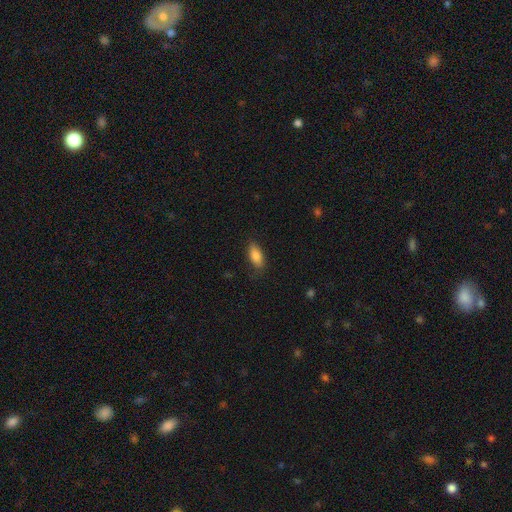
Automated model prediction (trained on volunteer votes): This appears to be a smooth galaxy with no disk features (84%) that is in between round and cigar-shaped (83%). Merging: none (79%).